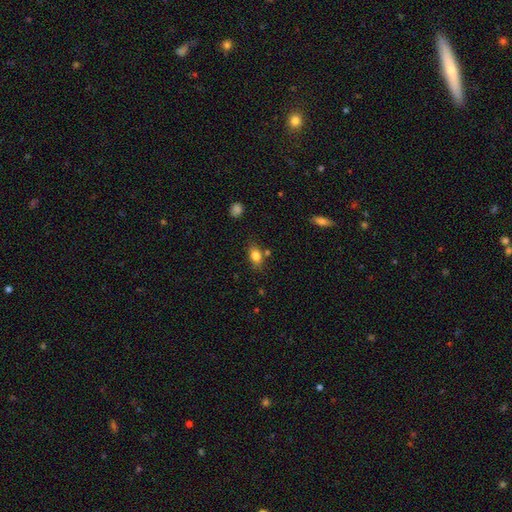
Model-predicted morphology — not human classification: Q: Smooth or featured?
A: smooth (81%); runner-up: star or artifact (9%)
Q: How rounded?
A: in between (80%); runner-up: round (16%)
Q: Merging?
A: none (72%); runner-up: minor disturbance (16%)